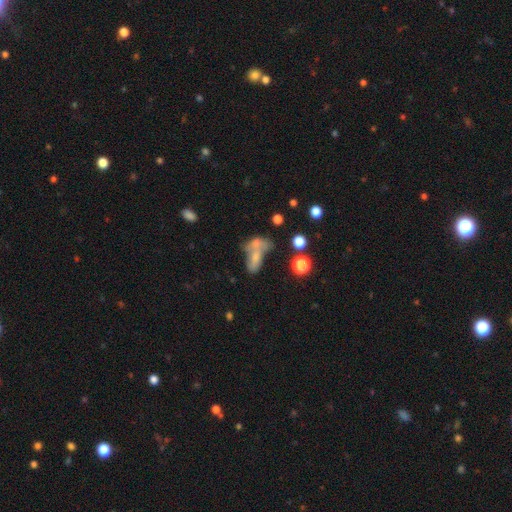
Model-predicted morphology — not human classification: smooth_or_featured: smooth (p=0.55) [alt: featured or disk p=0.29]
how_rounded: in between (p=0.77) [alt: round p=0.12]
merging: merger (p=0.55) [alt: none p=0.20]